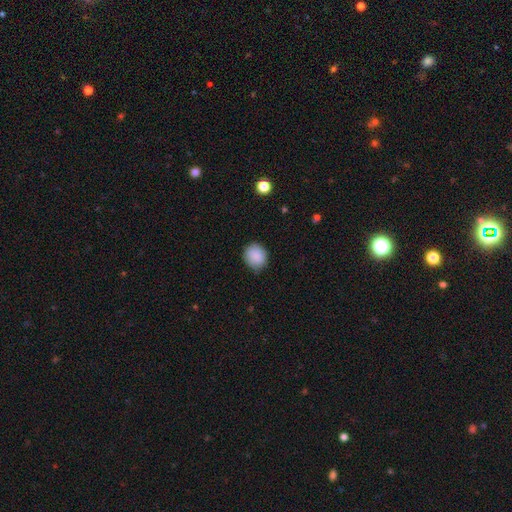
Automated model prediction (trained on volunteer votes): Smooth or featured?
  - smooth: 88% *
  - star or artifact: 8%
  - featured or disk: 5%
How rounded?
  - round: 73% *
  - in between: 26%
  - cigar-shaped: 1%
Merging?
  - none: 80% *
  - minor disturbance: 16%
  - major disturbance: 3%
  - merger: 1%